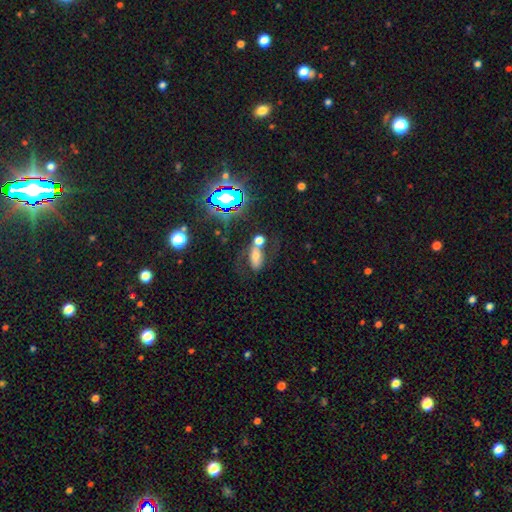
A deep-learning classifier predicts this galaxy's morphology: A smooth galaxy with no disk features (46%). Merging: none (38%).